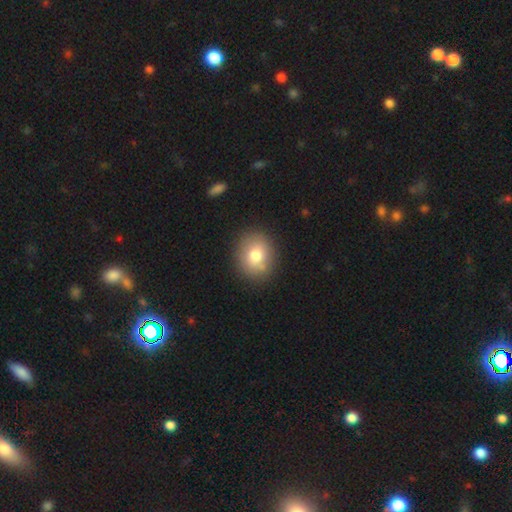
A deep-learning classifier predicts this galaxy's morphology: smooth-or-featured: smooth: 77% | featured or disk: 13% | star or artifact: 9%
  how-rounded: round: 68% | in between: 31% | cigar-shaped: 1%
  merging: none: 85% | minor disturbance: 10% | major disturbance: 3% | merger: 2%